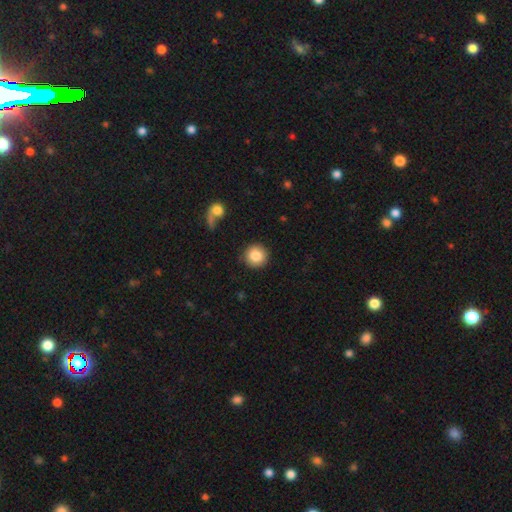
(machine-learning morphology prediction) This appears to be a smooth galaxy with no disk features (85%) that is round (95%). Merging: none (89%).